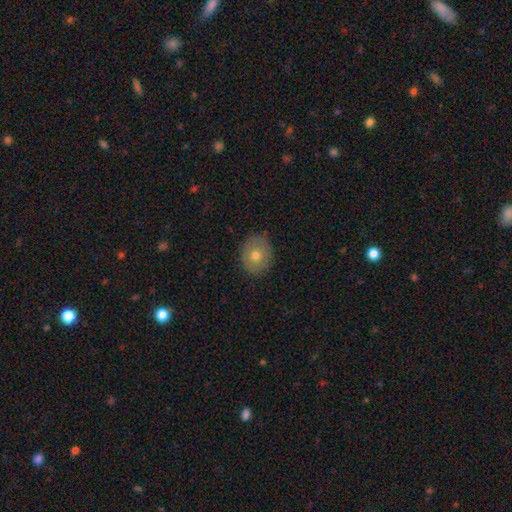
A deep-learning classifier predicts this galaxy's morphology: smooth-or-featured: smooth: 70% | featured or disk: 21% | star or artifact: 10%
  how-rounded: round: 61% | in between: 38% | cigar-shaped: 1%
  merging: none: 88% | minor disturbance: 9% | major disturbance: 2% | merger: 1%